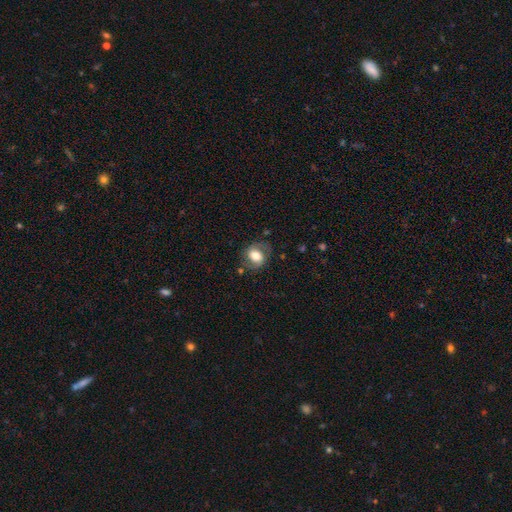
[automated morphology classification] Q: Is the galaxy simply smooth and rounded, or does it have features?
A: smooth — 54%.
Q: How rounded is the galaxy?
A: round — 52%.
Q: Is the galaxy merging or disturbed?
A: none — 69%.